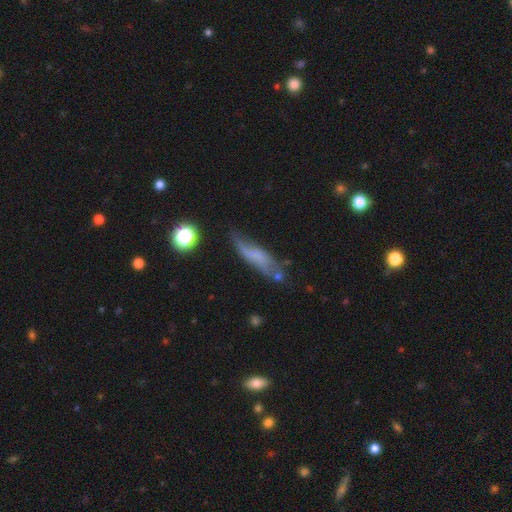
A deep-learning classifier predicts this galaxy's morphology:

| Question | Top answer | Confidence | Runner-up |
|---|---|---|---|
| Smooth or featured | smooth | 50% | featured or disk (39%) |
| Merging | none | 49% | minor disturbance (30%) |